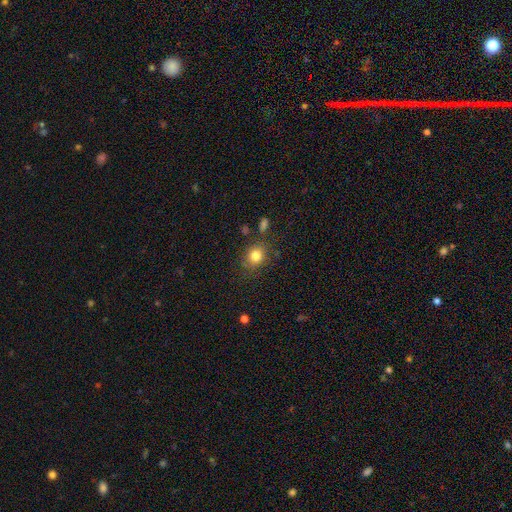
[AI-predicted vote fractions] Smooth or featured? smooth (81%)
How rounded? round (71%)
Merging? none (77%)